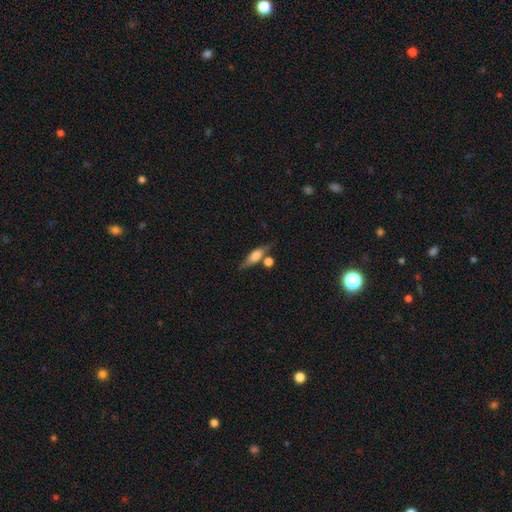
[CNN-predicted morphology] The model was most divided on "how rounded": in between: 53%, cigar-shaped: 41%, round: 6%. More confident: smooth or featured — smooth (61%); merging — none (57%).